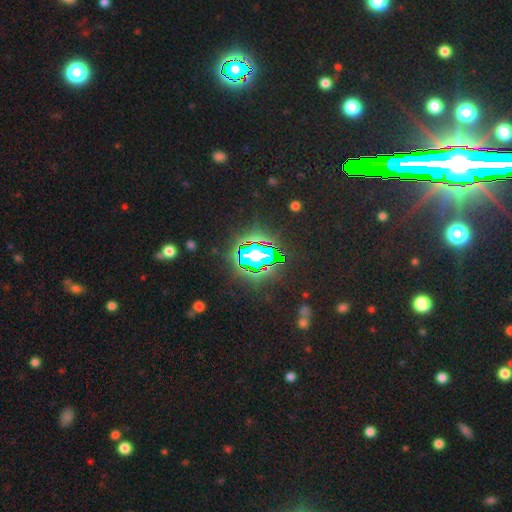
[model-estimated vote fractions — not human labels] The model was most divided on "smooth or featured": star or artifact: 80%, smooth: 12%, featured or disk: 8%.